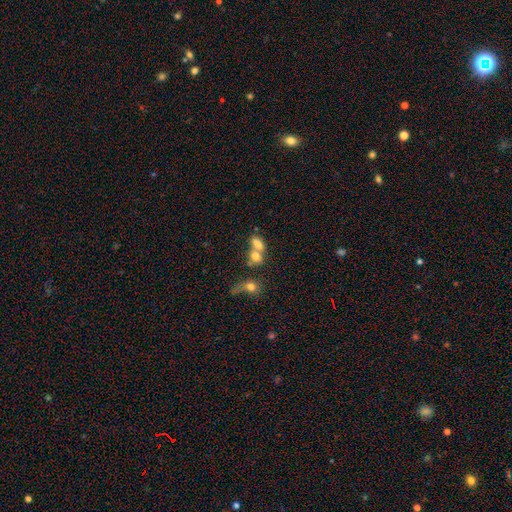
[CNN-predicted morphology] smooth-or-featured: smooth: 72% | featured or disk: 16% | star or artifact: 12%
  how-rounded: in between: 68% | round: 28% | cigar-shaped: 4%
  merging: merger: 64% | none: 22% | minor disturbance: 7% | major disturbance: 7%